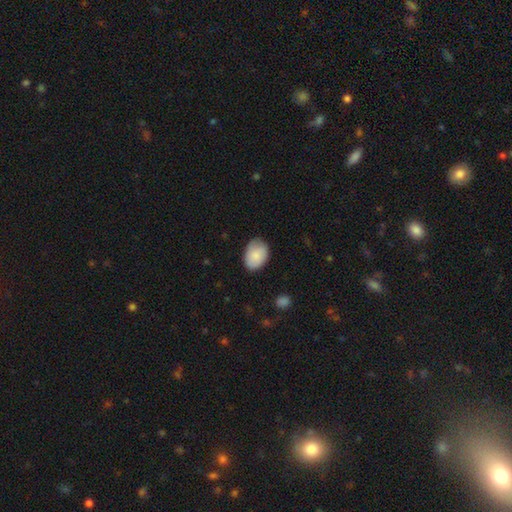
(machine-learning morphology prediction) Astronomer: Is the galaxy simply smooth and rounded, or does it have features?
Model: smooth — 85%.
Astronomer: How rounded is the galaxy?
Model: in between — 73%.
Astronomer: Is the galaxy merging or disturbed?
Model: none — 76%.